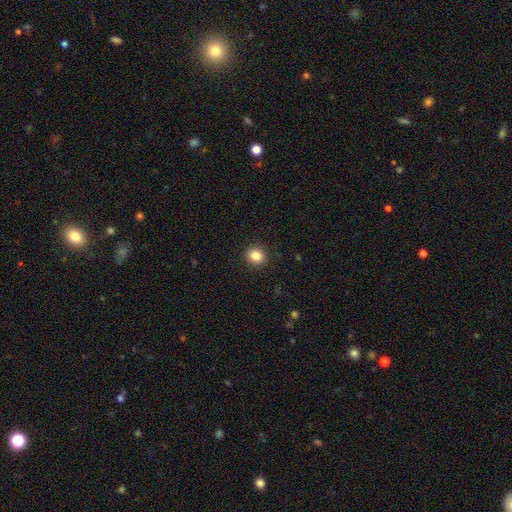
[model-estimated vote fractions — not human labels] Smooth or featured: smooth — 84% (star or artifact — 11%)
How rounded: round — 84% (in between — 15%)
Merging: none — 92% (minor disturbance — 5%)